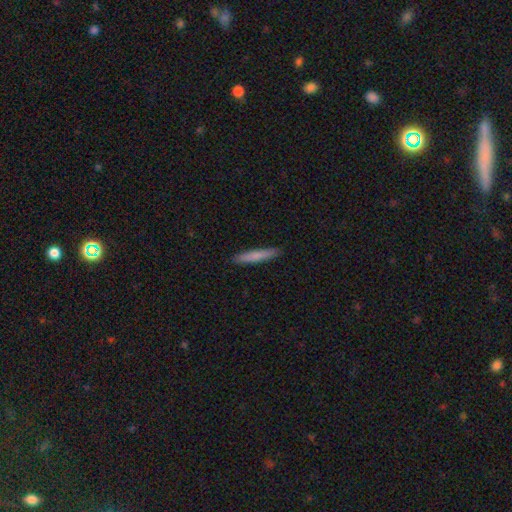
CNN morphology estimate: Overall: smooth (76%). How rounded: cigar-shaped (94%). Merging: none (91%).